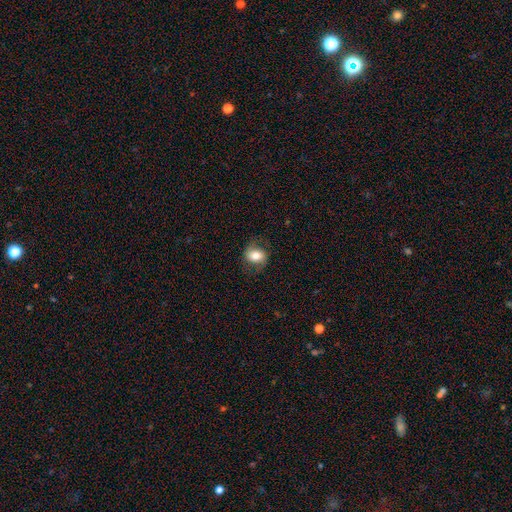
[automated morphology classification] Smooth or featured? smooth (55%)
How rounded? in between (53%)
Merging? none (73%)